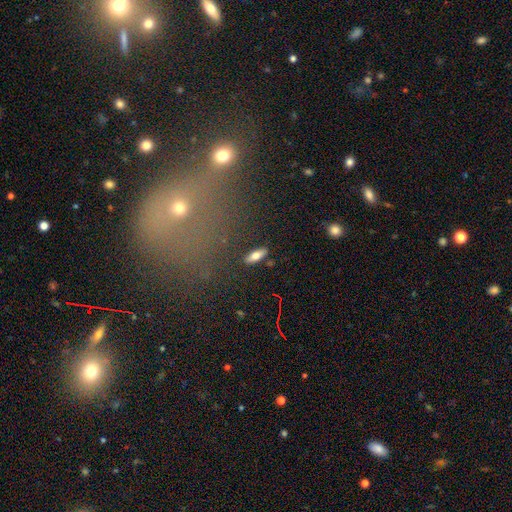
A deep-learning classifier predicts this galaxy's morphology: A smooth galaxy with no disk features (68%) that is in between round and cigar-shaped (63%). Merging: none (87%).